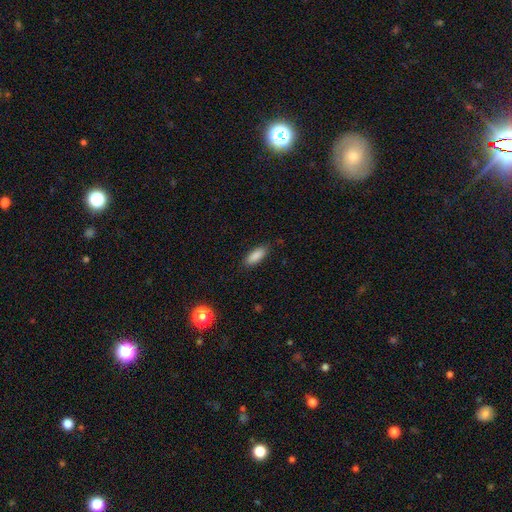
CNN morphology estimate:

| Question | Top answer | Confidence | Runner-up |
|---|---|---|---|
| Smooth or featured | smooth | 88% | star or artifact (7%) |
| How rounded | in between | 68% | cigar-shaped (30%) |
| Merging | none | 86% | minor disturbance (10%) |